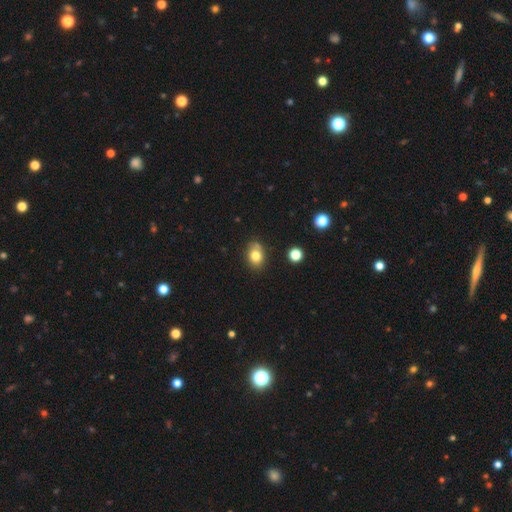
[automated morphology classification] Overall: smooth (79%). How rounded: in between (63%; round 36%). Merging: none (68%).